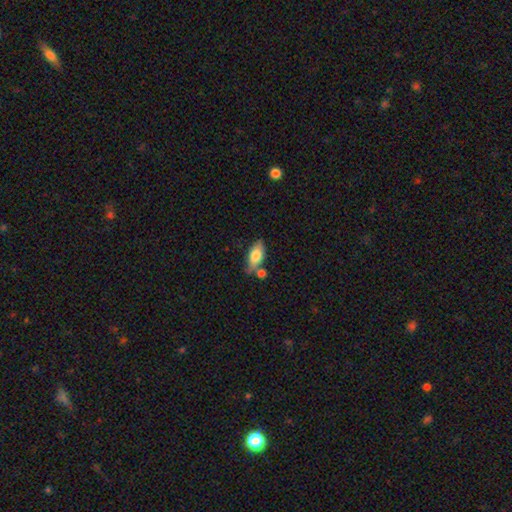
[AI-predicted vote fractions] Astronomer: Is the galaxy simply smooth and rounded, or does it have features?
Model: smooth — 72%.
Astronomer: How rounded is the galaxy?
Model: in between — 84%.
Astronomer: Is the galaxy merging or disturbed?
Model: none — 57%.